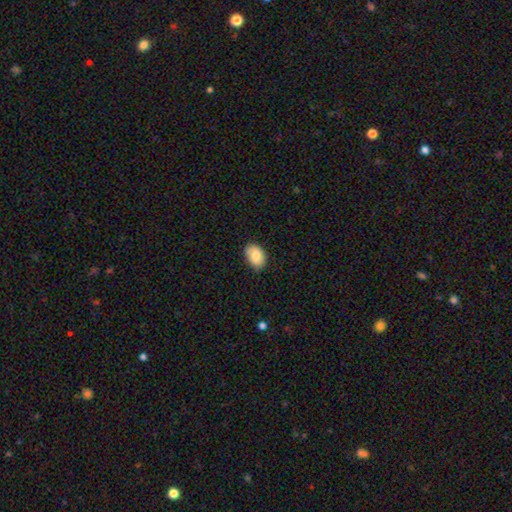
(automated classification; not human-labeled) Morphology: type=smooth (83%); roundness=in between (84%); merging=none (71%).